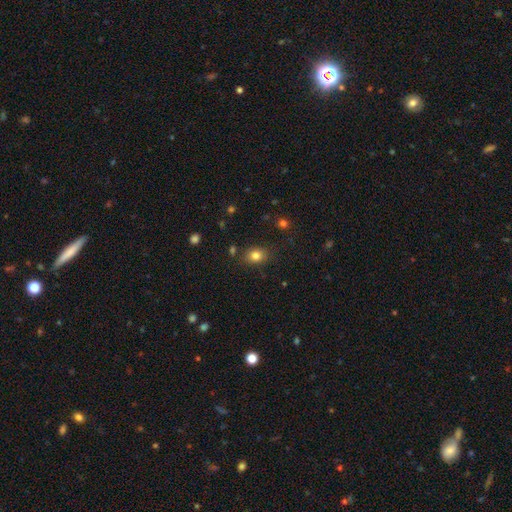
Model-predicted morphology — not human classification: This appears to be a smooth galaxy with no disk features (81%) that is in between round and cigar-shaped (57%). Merging: none (81%).